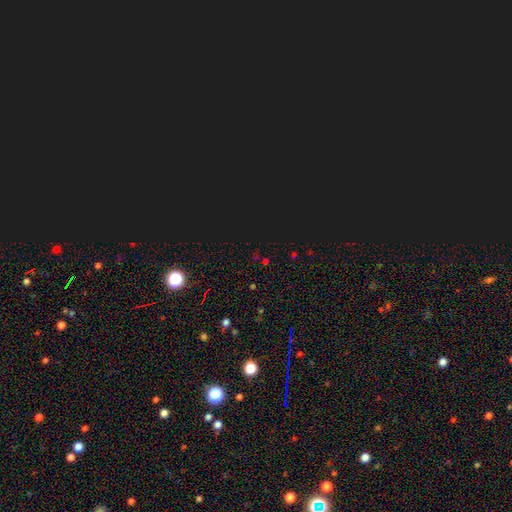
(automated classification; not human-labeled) star or artifact 72%, smooth 21%, featured or disk 7%.